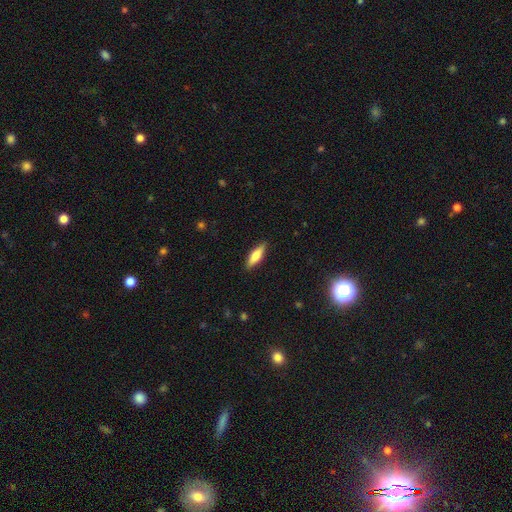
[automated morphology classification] smooth 67%, featured or disk 26%, star or artifact 6%. Down the decision tree: how rounded — cigar-shaped (54%); merging — none (88%).